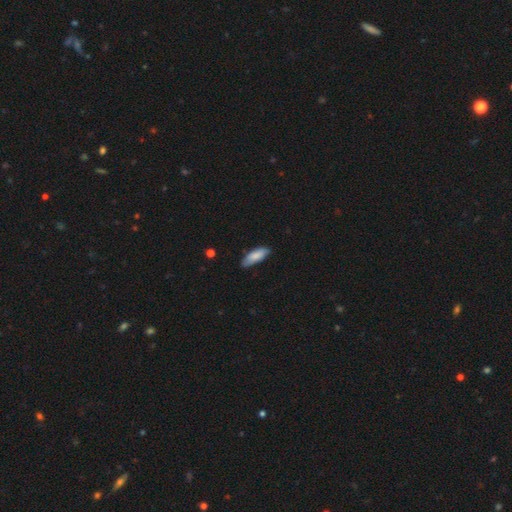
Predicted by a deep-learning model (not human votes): The model was most divided on "how rounded": in between: 64%, cigar-shaped: 34%, round: 2%. More confident: smooth or featured — smooth (82%); merging — none (74%).